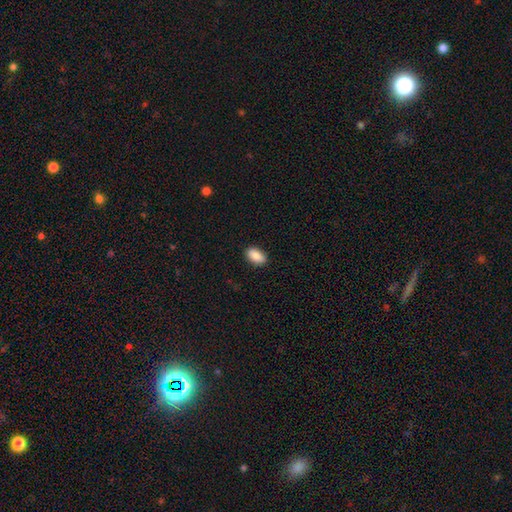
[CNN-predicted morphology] Q: Smooth or featured?
A: smooth (88%); runner-up: star or artifact (7%)
Q: How rounded?
A: in between (92%); runner-up: round (4%)
Q: Merging?
A: none (89%); runner-up: minor disturbance (9%)